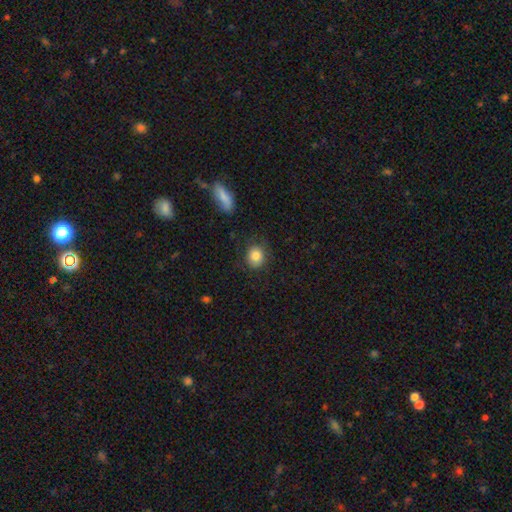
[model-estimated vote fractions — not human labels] Overall: smooth (83%). How rounded: round (69%; in between 30%). Merging: none (79%).